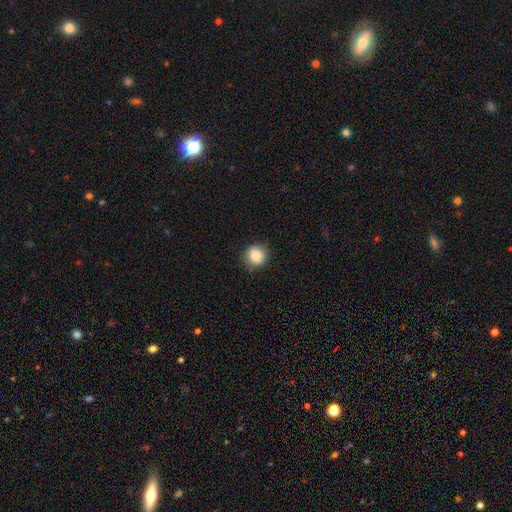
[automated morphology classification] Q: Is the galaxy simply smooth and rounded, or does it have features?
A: smooth — 85%.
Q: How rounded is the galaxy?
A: round — 87%.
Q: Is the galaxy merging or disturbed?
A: none — 86%.